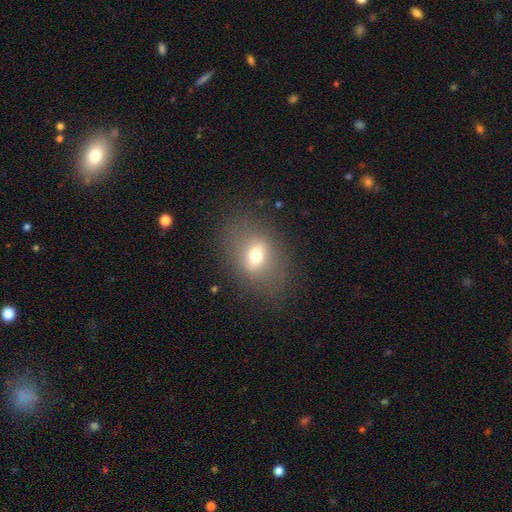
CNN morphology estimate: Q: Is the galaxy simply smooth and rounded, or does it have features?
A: smooth — 61%.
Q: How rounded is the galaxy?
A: in between — 71%.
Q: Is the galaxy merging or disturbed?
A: none — 79%.